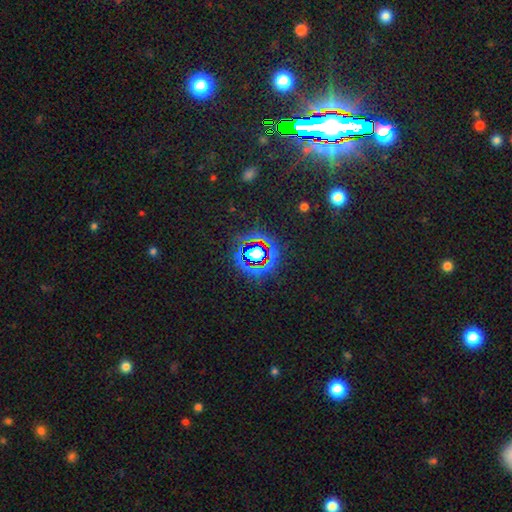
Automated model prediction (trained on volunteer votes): Smooth or featured? Predicted: star or artifact (p=0.78).